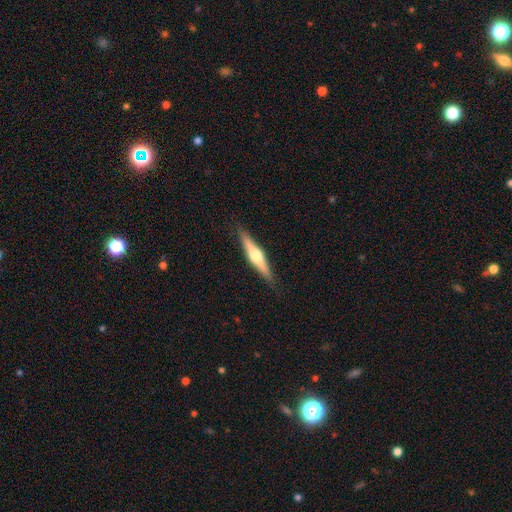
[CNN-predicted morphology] Smooth or featured?
  - featured or disk: 66% *
  - smooth: 28%
  - star or artifact: 5%
Edge-on disk?
  - yes: 97% *
  - no: 3%
Edge-on bulge?
  - rounded: 92% *
  - boxy: 5%
  - none: 3%
Merging?
  - none: 89% *
  - minor disturbance: 8%
  - major disturbance: 2%
  - merger: 1%